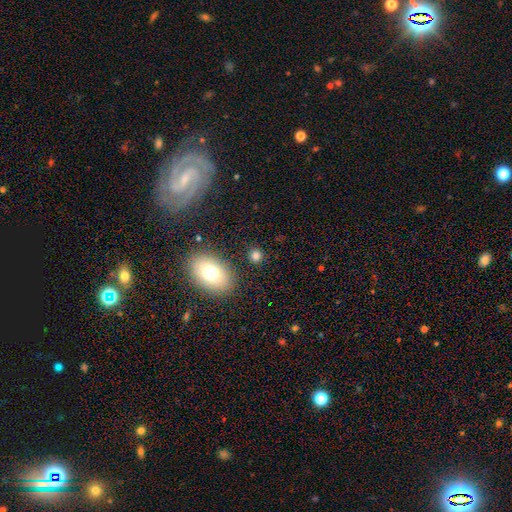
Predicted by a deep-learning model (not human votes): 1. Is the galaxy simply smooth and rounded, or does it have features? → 76% smooth, 16% star or artifact, 8% featured or disk.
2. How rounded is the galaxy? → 70% round, 29% in between, 2% cigar-shaped.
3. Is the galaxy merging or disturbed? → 84% none, 9% minor disturbance, 3% major disturbance, 3% merger.